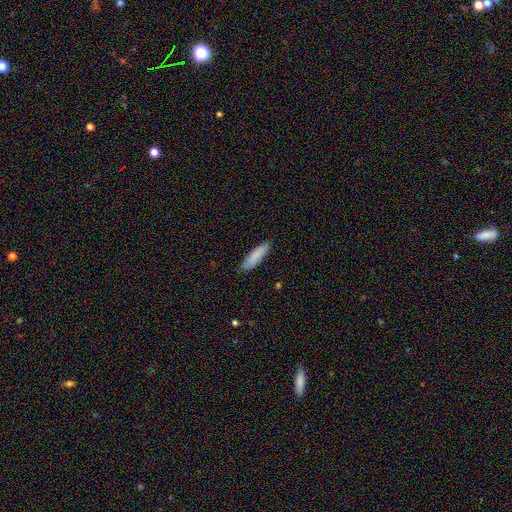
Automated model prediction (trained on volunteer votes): smooth_or_featured: smooth (p=0.86) [alt: featured or disk p=0.08]
how_rounded: cigar-shaped (p=0.58) [alt: in between p=0.40]
merging: none (p=0.86) [alt: minor disturbance p=0.11]